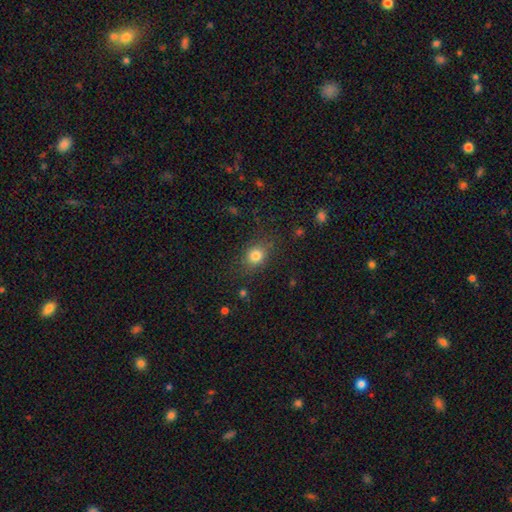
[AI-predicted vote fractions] Overall: smooth (80%). How rounded: round (60%; in between 38%). Merging: none (78%).